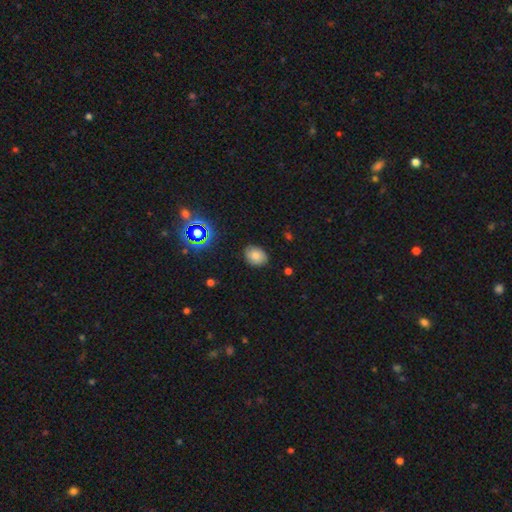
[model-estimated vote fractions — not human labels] Smooth or featured? smooth (78%)
How rounded? in between (55%)
Merging? none (84%)